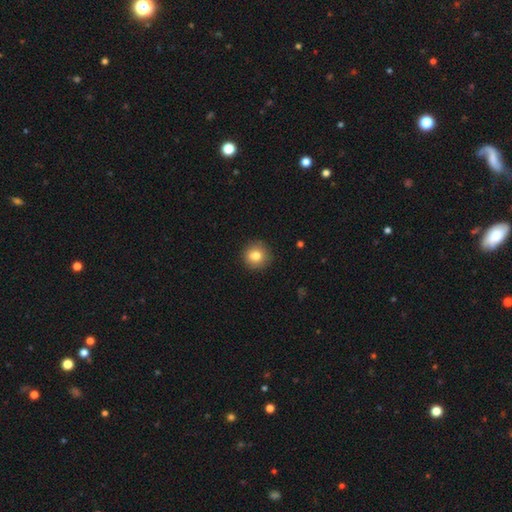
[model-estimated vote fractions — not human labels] smooth_or_featured: smooth (p=0.82) [alt: star or artifact p=0.10]
how_rounded: round (p=0.92) [alt: in between p=0.07]
merging: none (p=0.90) [alt: minor disturbance p=0.07]